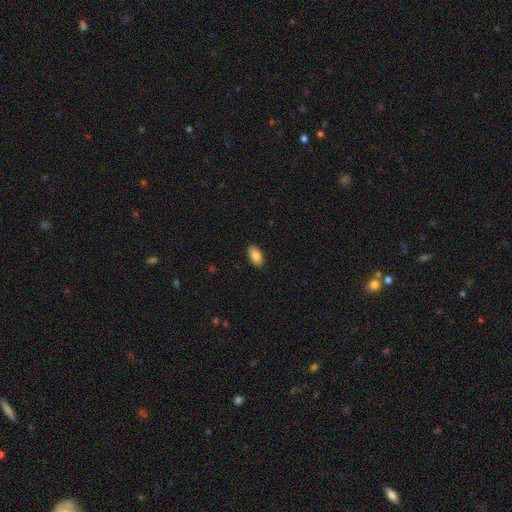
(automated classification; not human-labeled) A smooth galaxy with no disk features (86%) that is in between round and cigar-shaped (94%).

Vote fractions:
- Smooth or featured? smooth: 86% / featured or disk: 7% / star or artifact: 7%
- How rounded? in between: 94% / cigar-shaped: 3% / round: 3%
- Merging? none: 88% / minor disturbance: 9% / major disturbance: 2% / merger: 1%